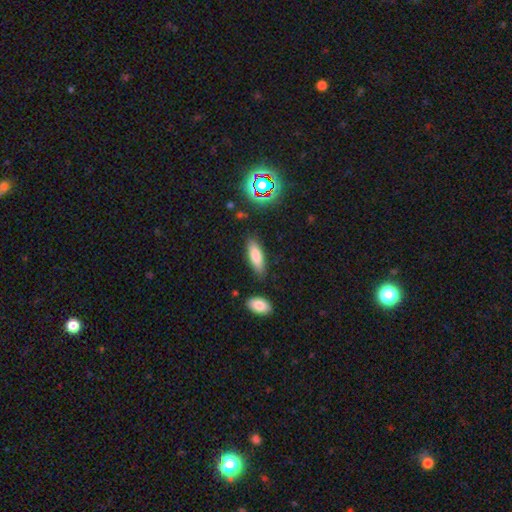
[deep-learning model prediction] Smooth or featured? Predicted: smooth (p=0.78). How rounded? Predicted: in between (p=0.58). Merging? Predicted: none (p=0.83).